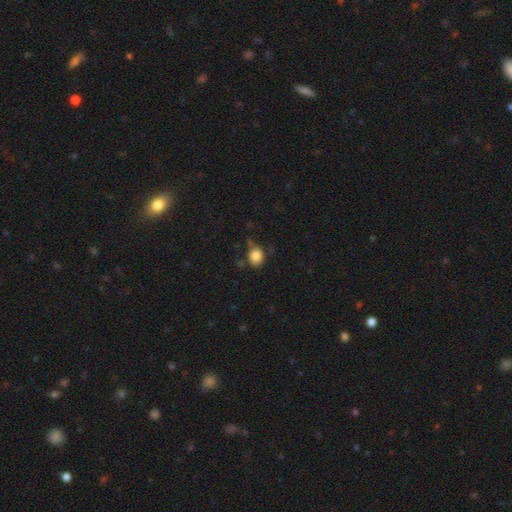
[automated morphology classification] A smooth galaxy with no disk features (85%) that is round (61%). Merging: none (70%).